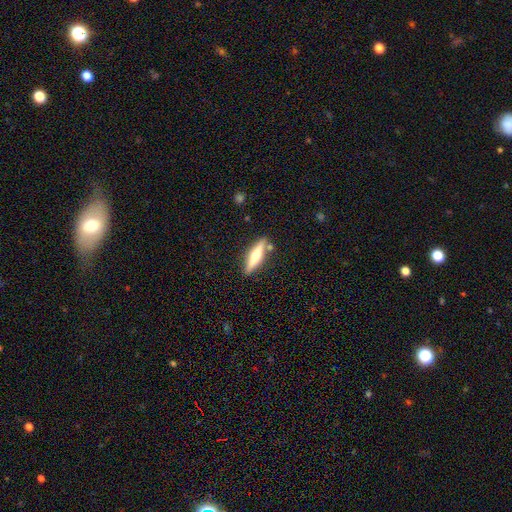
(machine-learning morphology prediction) A smooth galaxy with no disk features (49%).

Vote fractions:
- Smooth or featured? smooth: 49% / featured or disk: 45% / star or artifact: 6%
- Merging? none: 81% / minor disturbance: 11% / merger: 5% / major disturbance: 2%